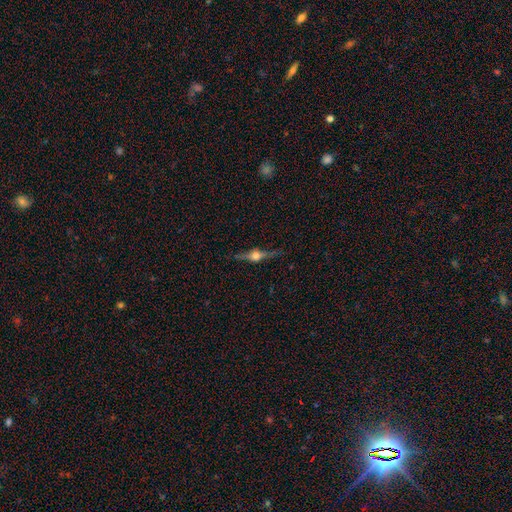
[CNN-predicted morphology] featured or disk 82%, smooth 11%, star or artifact 7%. Down the decision tree: edge-on disk — yes (97%); edge-on bulge — rounded (94%); merging — none (87%).